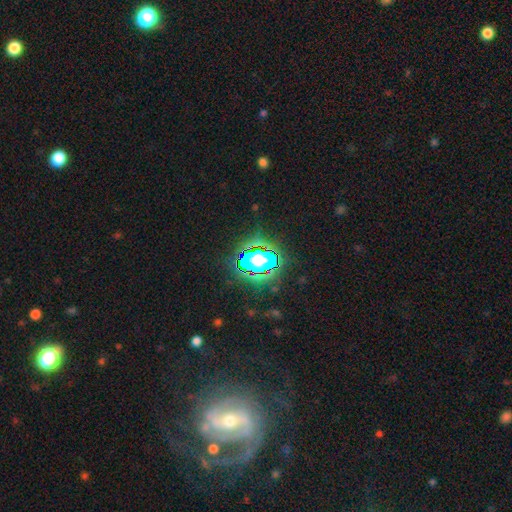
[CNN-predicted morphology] This is likely a star or artifact rather than a galaxy (72%).